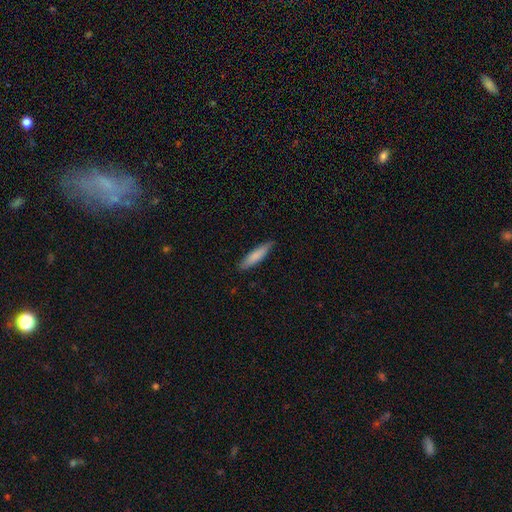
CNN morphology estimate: Smooth or featured? smooth (82%)
How rounded? cigar-shaped (79%)
Merging? none (85%)